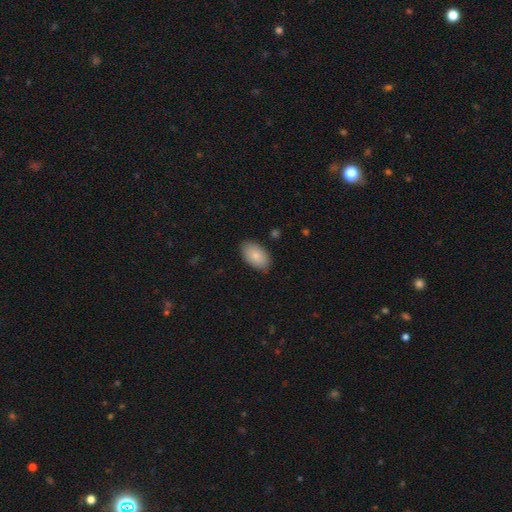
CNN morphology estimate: The model was most divided on "merging": none: 85%, minor disturbance: 12%, major disturbance: 2%, merger: 1%. More confident: how rounded — in between (94%); smooth or featured — smooth (84%).